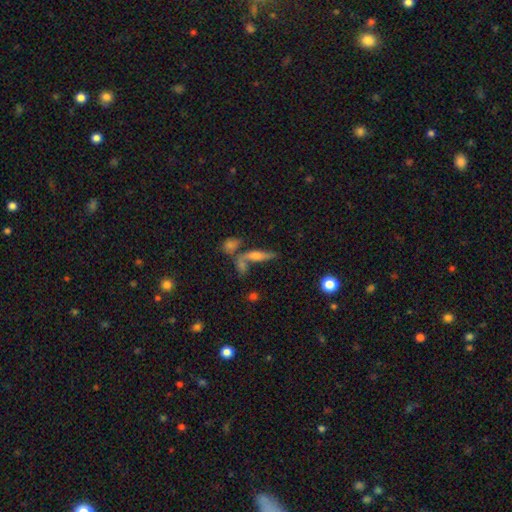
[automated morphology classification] Overall: featured or disk (48%; smooth 41%). Merging: none (50%; merger 30%).